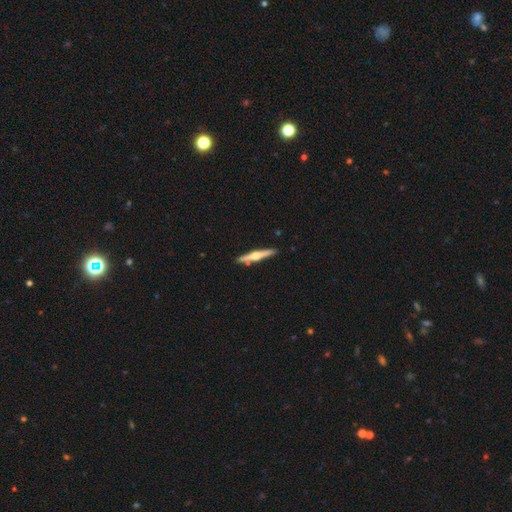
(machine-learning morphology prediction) A featured or disk galaxy (69%) viewed edge-on (98%) with a rounded central bulge (92%).

Vote fractions:
- Smooth or featured? featured or disk: 69% / smooth: 26% / star or artifact: 5%
- Edge-on disk? yes: 98% / no: 2%
- Edge-on bulge? rounded: 92% / boxy: 5% / none: 4%
- Merging? none: 89% / minor disturbance: 7% / merger: 2% / major disturbance: 1%